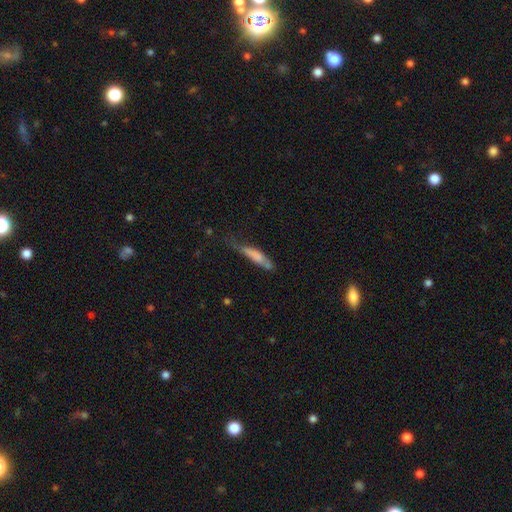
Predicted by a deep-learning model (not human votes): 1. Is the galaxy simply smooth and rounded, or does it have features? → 67% smooth, 26% featured or disk, 7% star or artifact.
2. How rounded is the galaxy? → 79% cigar-shaped, 19% in between, 2% round.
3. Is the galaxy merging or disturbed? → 37% none, 36% minor disturbance, 20% major disturbance, 8% merger.